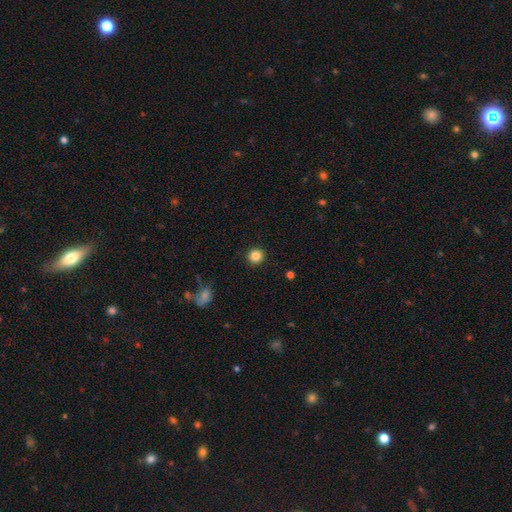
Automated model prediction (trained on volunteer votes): The model was most divided on "smooth or featured": smooth: 85%, star or artifact: 11%, featured or disk: 5%. More confident: how rounded — round (93%); merging — none (92%).